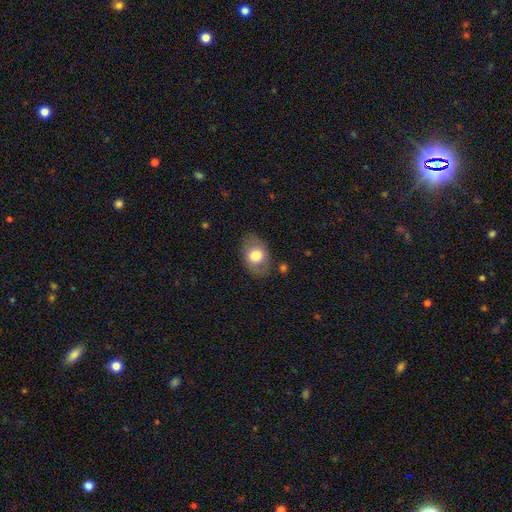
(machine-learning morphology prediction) type=smooth (74%); roundness=in between (76%); merging=none (79%).